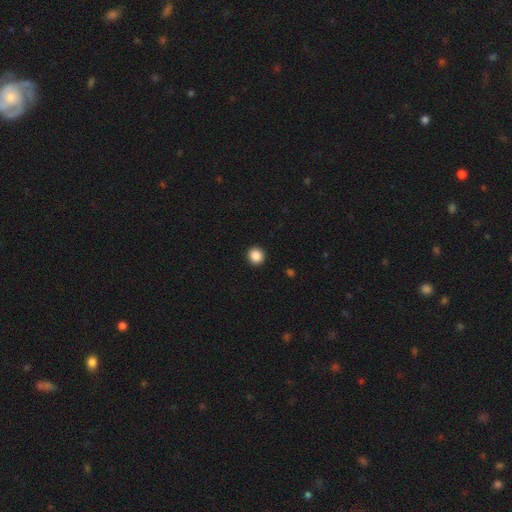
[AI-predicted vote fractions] Smooth or featured? Predicted: smooth (p=0.88). How rounded? Predicted: round (p=0.91). Merging? Predicted: none (p=0.93).